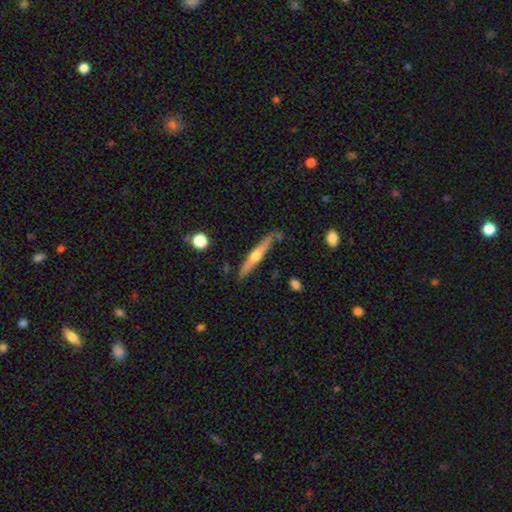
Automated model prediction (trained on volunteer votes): A featured or disk galaxy (64%) viewed edge-on (96%) with a rounded central bulge (90%).

Vote fractions:
- Smooth or featured? featured or disk: 64% / smooth: 31% / star or artifact: 6%
- Edge-on disk? yes: 96% / no: 4%
- Edge-on bulge? rounded: 90% / none: 7% / boxy: 3%
- Merging? none: 79% / minor disturbance: 14% / merger: 4% / major disturbance: 2%